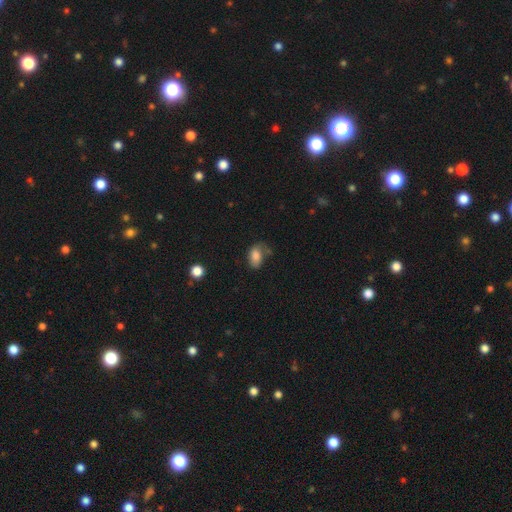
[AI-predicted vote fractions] Smooth or featured? smooth (78%)
How rounded? in between (89%)
Merging? none (41%)